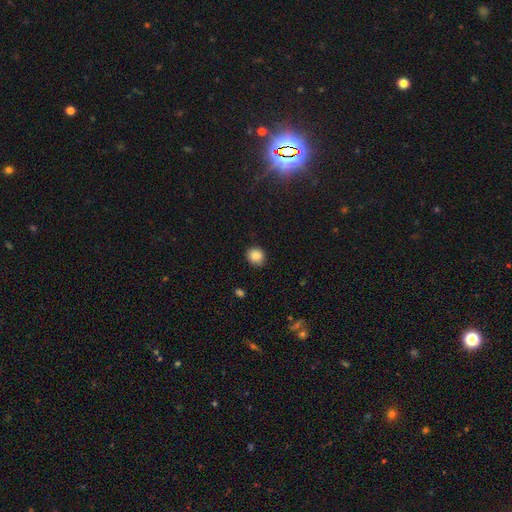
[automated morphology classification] smooth_or_featured: smooth (p=0.88) [alt: star or artifact p=0.09]
how_rounded: round (p=0.85) [alt: in between p=0.14]
merging: none (p=0.85) [alt: minor disturbance p=0.11]